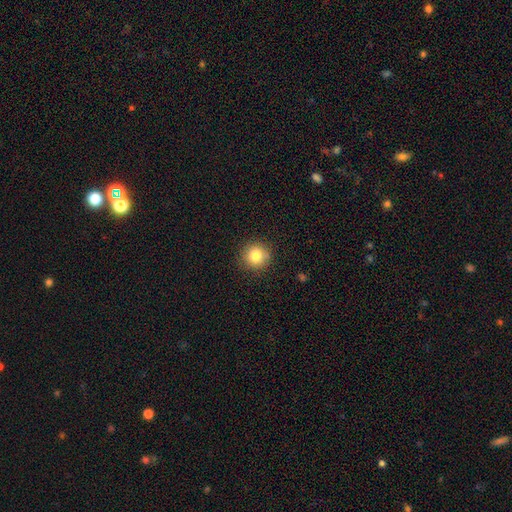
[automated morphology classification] The model was most divided on "smooth or featured": smooth: 83%, star or artifact: 10%, featured or disk: 7%. More confident: how rounded — round (93%); merging — none (89%).